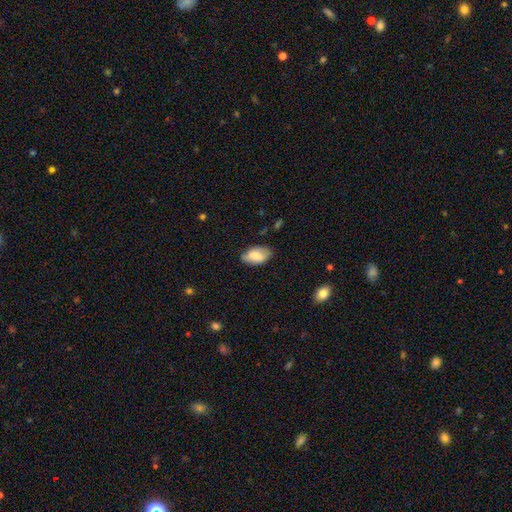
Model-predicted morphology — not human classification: type=smooth (70%); roundness=in between (93%); merging=none (71%).